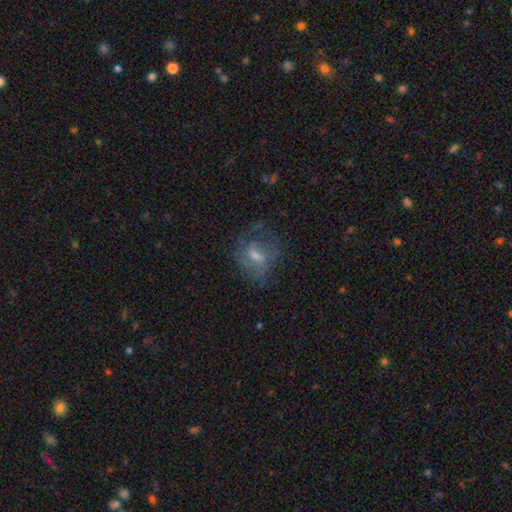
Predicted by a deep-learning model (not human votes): smooth_or_featured: featured or disk (p=0.44) [alt: smooth p=0.43]
merging: none (p=0.53) [alt: major disturbance p=0.23]